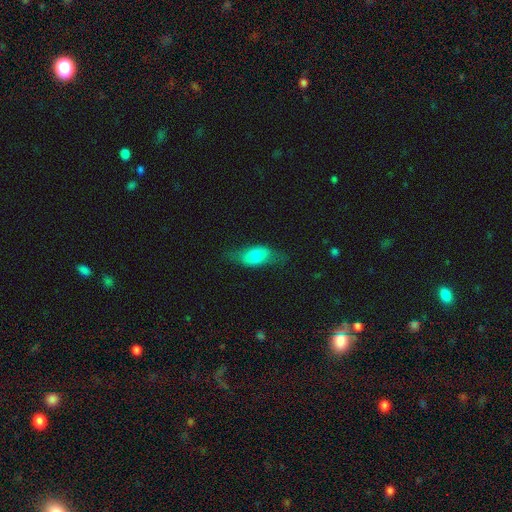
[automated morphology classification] type=smooth (66%); roundness=in between (81%); merging=none (60%).